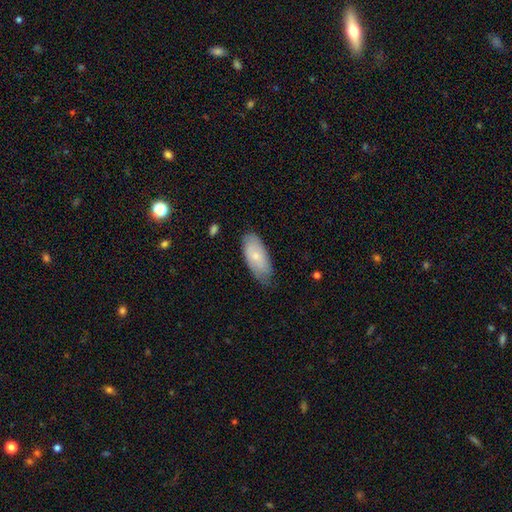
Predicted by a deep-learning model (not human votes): A smooth galaxy with no disk features (69%) that is in between round and cigar-shaped (86%).

Vote fractions:
- Smooth or featured? smooth: 69% / featured or disk: 25% / star or artifact: 6%
- How rounded? in between: 86% / cigar-shaped: 12% / round: 2%
- Merging? none: 66% / minor disturbance: 28% / major disturbance: 5% / merger: 1%